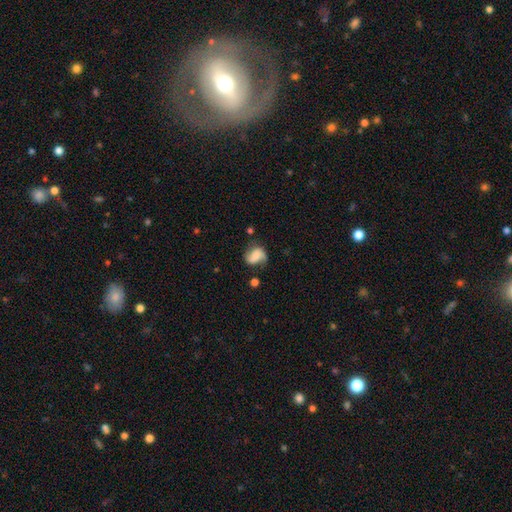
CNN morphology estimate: This appears to be a featured or disk galaxy (54%) with no bar (49%), spiral arms (89%) and a small central bulge (32%). Merging: none (58%).